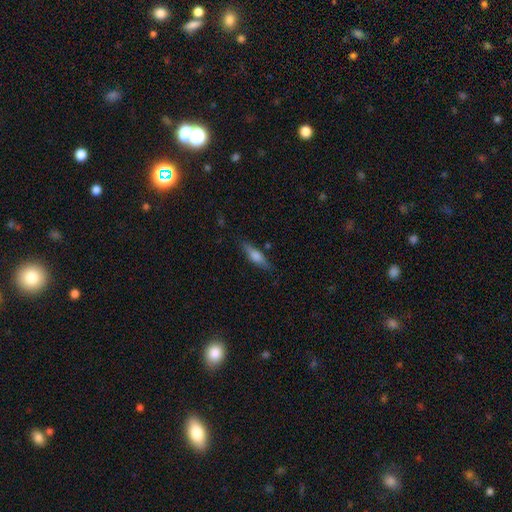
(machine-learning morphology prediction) Smooth or featured: smooth — 62% (featured or disk — 31%)
How rounded: cigar-shaped — 65% (in between — 33%)
Merging: none — 80% (minor disturbance — 14%)